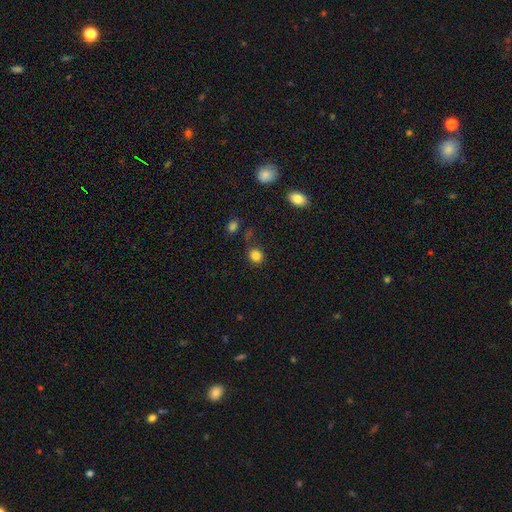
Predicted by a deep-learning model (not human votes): Overall: smooth (83%). How rounded: round (82%). Merging: none (77%).